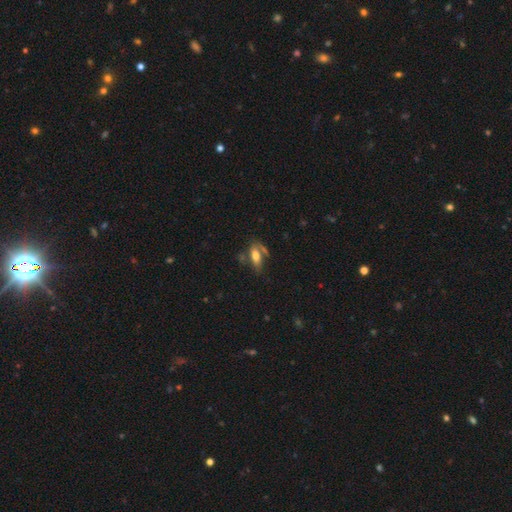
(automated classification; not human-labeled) This is likely a smooth galaxy (62%). How rounded: likely in between (74%). Merging: possibly none (50%).